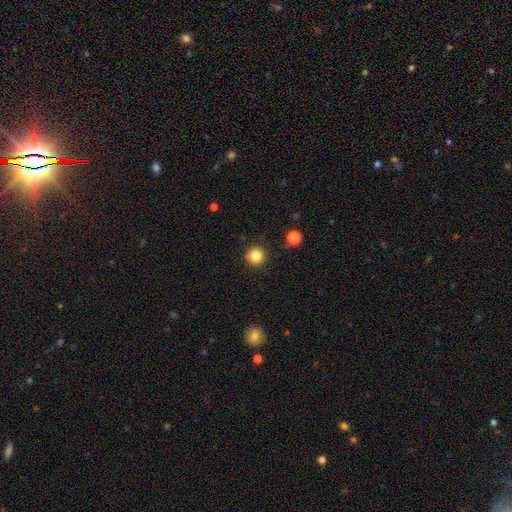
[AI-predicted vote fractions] This appears to be a smooth galaxy with no disk features (83%) that is round (94%). Merging: none (88%).